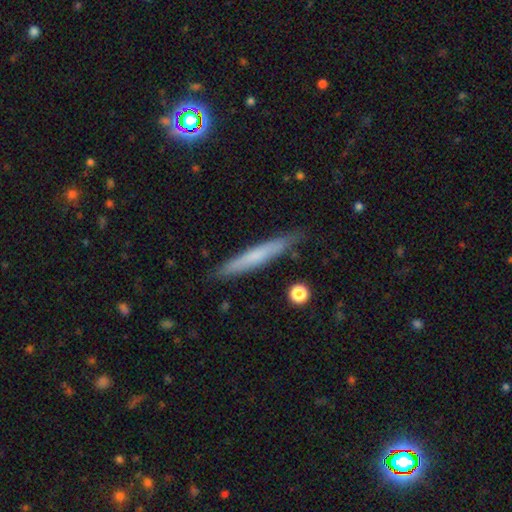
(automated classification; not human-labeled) The model was most divided on "smooth or featured": smooth: 61%, featured or disk: 33%, star or artifact: 6%. More confident: how rounded — cigar-shaped (95%); merging — none (86%).